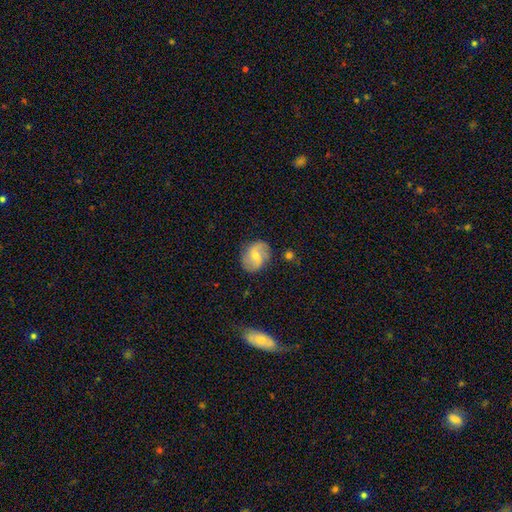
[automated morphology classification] Smooth or featured?
  - featured or disk: 55% *
  - smooth: 37%
  - star or artifact: 8%
Edge-on disk?
  - no: 96% *
  - yes: 4%
Bar?
  - weak: 48% *
  - no: 38%
  - strong: 14%
Spiral arms?
  - yes: 85% *
  - no: 15%
Bulge size?
  - moderate: 50% *
  - small: 44%
  - none: 3%
  - large: 2%
  - dominant: 1%
Merging?
  - none: 76% *
  - minor disturbance: 17%
  - major disturbance: 5%
  - merger: 3%